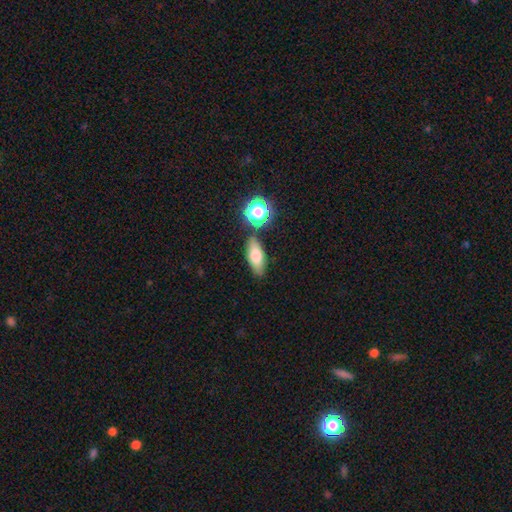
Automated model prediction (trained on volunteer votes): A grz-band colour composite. It shows a smooth galaxy with no disk features (71%) that is in between round and cigar-shaped (72%). Merging: none (79%).